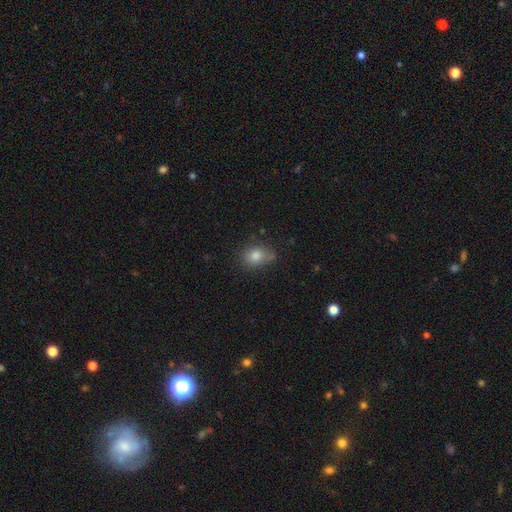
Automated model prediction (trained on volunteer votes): Q: Smooth or featured?
A: smooth (78%); runner-up: star or artifact (11%)
Q: How rounded?
A: in between (56%); runner-up: round (42%)
Q: Merging?
A: none (66%); runner-up: minor disturbance (24%)